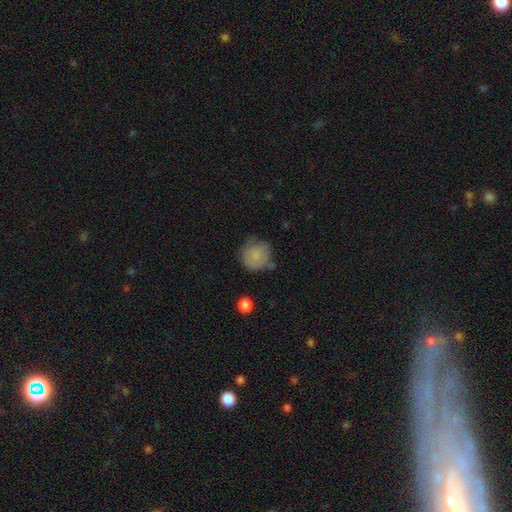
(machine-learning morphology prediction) smooth 80%, featured or disk 12%, star or artifact 8%. Down the decision tree: how rounded — round (87%); merging — none (60%).